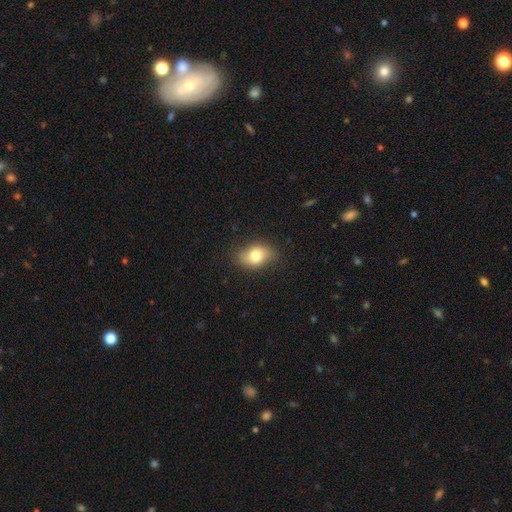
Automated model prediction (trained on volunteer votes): Smooth or featured: smooth — 77% (featured or disk — 15%)
How rounded: in between — 78% (round — 20%)
Merging: none — 80% (minor disturbance — 15%)